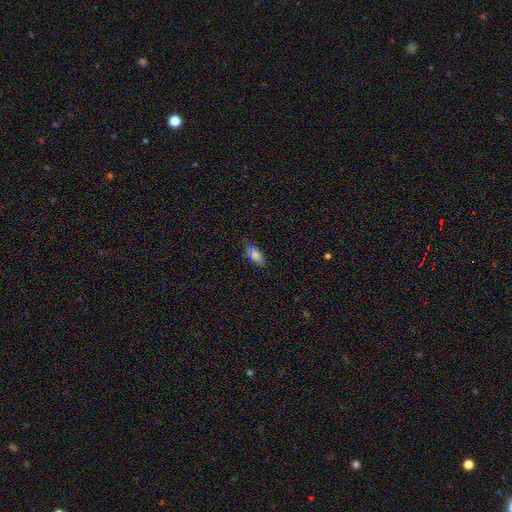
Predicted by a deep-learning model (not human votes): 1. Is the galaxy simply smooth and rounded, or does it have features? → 70% smooth, 22% star or artifact, 9% featured or disk.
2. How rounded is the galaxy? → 84% in between, 11% cigar-shaped, 5% round.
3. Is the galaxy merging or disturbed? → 81% none, 13% minor disturbance, 4% major disturbance, 2% merger.